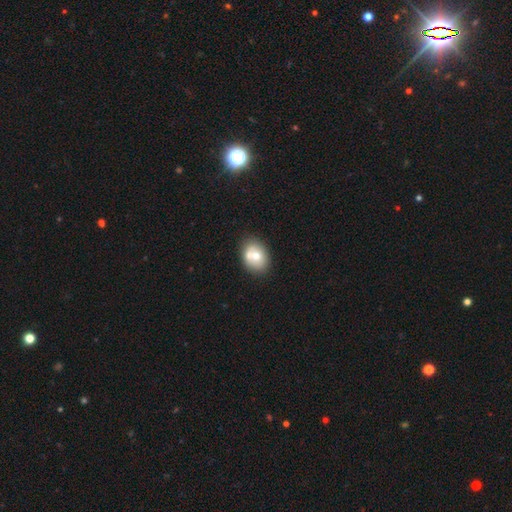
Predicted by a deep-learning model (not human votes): Smooth or featured? Predicted: smooth (p=0.66). How rounded? Predicted: in between (p=0.59). Merging? Predicted: none (p=0.59).